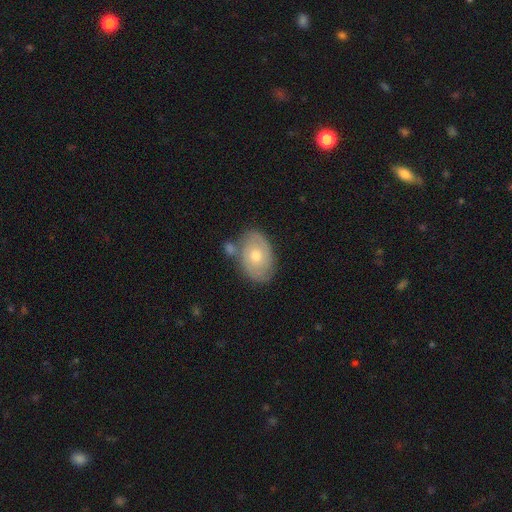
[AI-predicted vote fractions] This is possibly a featured or disk galaxy (54%). It is clearly not viewed edge-on (94%). Bar: clearly no (84%). Spiral arm pattern: likely yes (63%). Central bulge: likely moderate (68%). Merging: likely none (63%).